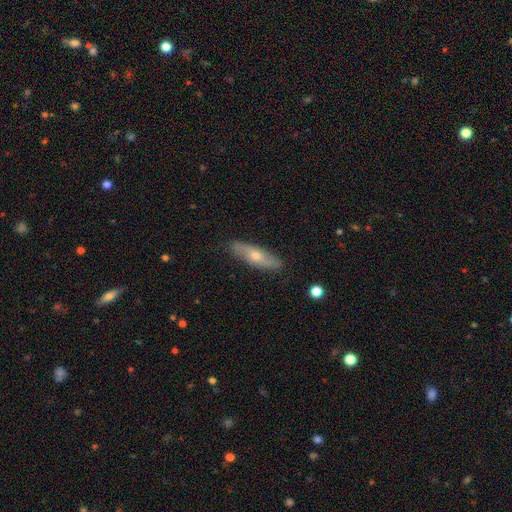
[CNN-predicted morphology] type=featured or disk (53%); edge-on=no (55%); merging=none (86%).